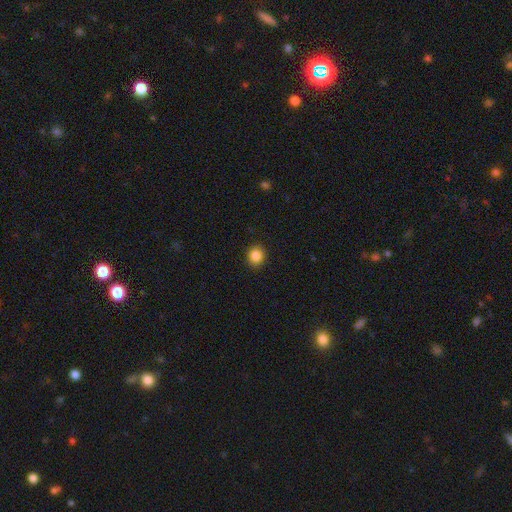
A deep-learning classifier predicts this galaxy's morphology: A smooth galaxy with no disk features (86%) that is round (82%). Merging: none (91%).